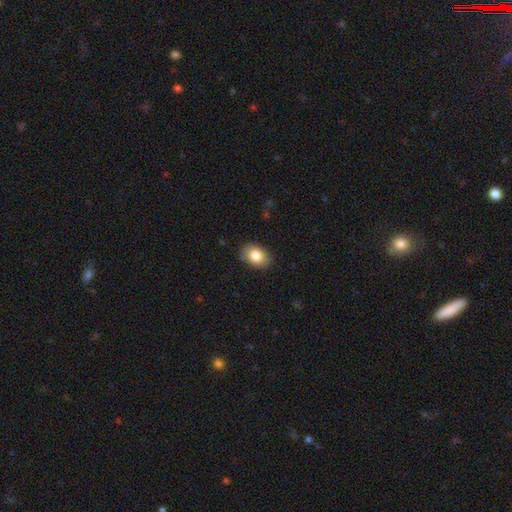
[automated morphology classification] Smooth or featured: smooth — 83% (featured or disk — 9%)
How rounded: in between — 76% (round — 23%)
Merging: none — 87% (minor disturbance — 10%)